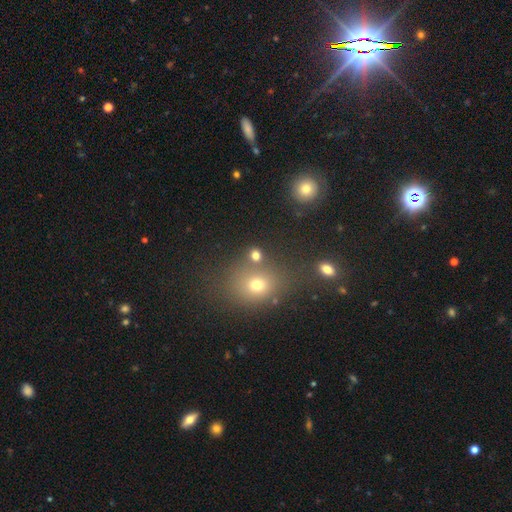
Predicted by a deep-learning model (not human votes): Smooth or featured? Predicted: smooth (p=0.72). How rounded? Predicted: round (p=0.69). Merging? Predicted: none (p=0.68).